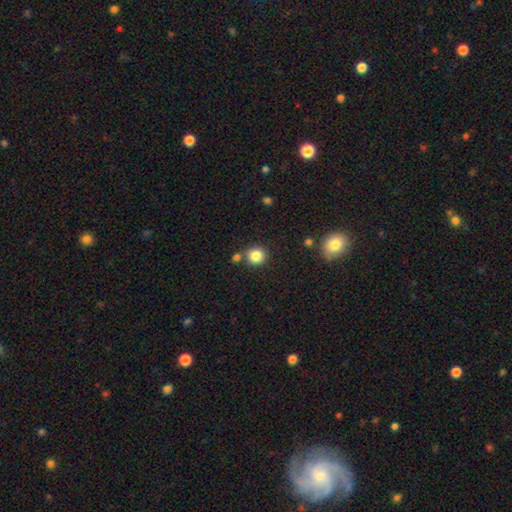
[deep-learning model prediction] The model was most divided on "merging": none: 75%, merger: 13%, minor disturbance: 9%, major disturbance: 3%. More confident: how rounded — round (90%); smooth or featured — smooth (84%).